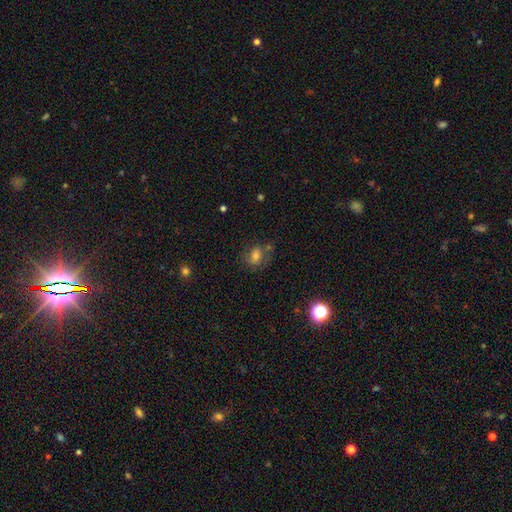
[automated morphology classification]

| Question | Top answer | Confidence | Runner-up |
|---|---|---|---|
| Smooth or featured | smooth | 54% | featured or disk (27%) |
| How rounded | in between | 52% | round (47%) |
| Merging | none | 61% | minor disturbance (20%) |